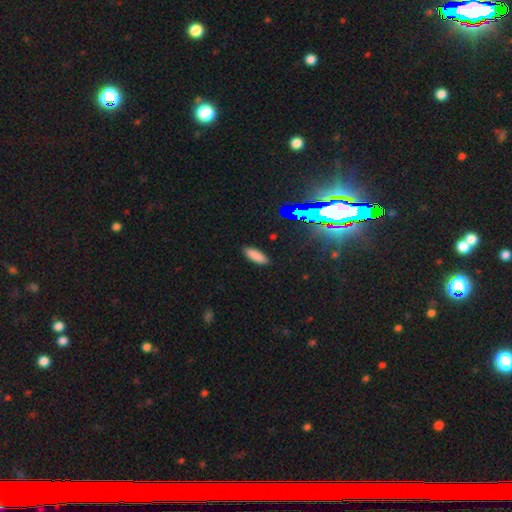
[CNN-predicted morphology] Smooth or featured?
  - smooth: 82% *
  - star or artifact: 12%
  - featured or disk: 6%
How rounded?
  - in between: 65% *
  - cigar-shaped: 33%
  - round: 2%
Merging?
  - none: 89% *
  - minor disturbance: 8%
  - major disturbance: 2%
  - merger: 1%